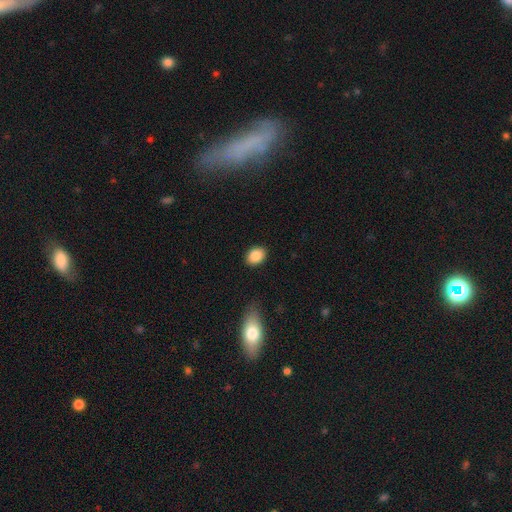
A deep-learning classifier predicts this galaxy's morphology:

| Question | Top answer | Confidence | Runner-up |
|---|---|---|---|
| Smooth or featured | smooth | 87% | star or artifact (8%) |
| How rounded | in between | 70% | round (29%) |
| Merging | none | 88% | minor disturbance (8%) |